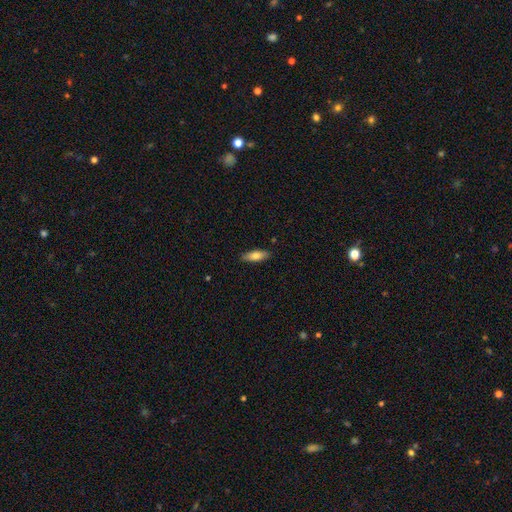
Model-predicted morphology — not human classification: Smooth or featured? Predicted: smooth (p=0.75). How rounded? Predicted: in between (p=0.57). Merging? Predicted: none (p=0.88).